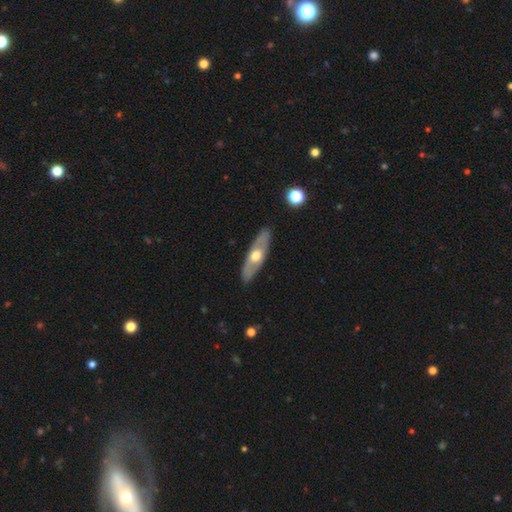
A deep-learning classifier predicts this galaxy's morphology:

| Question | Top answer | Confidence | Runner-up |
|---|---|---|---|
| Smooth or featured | featured or disk | 56% | smooth (39%) |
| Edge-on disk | no | 52% | yes (48%) |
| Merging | none | 86% | minor disturbance (10%) |